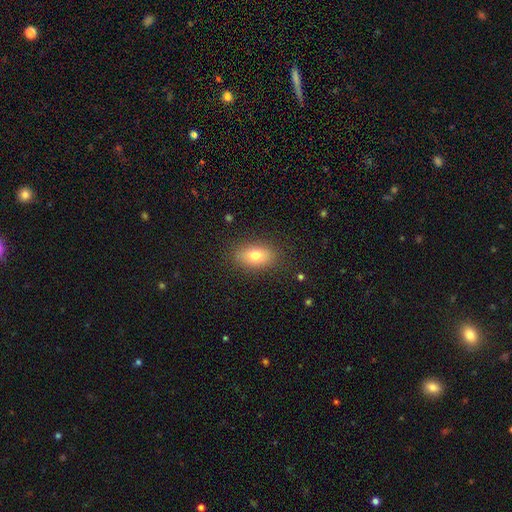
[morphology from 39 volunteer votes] Volunteers were most divided on "smooth or featured": smooth: 82%, featured or disk: 10%, star or artifact: 8%. More confident: merging — none (97%); how rounded — in between (91%).